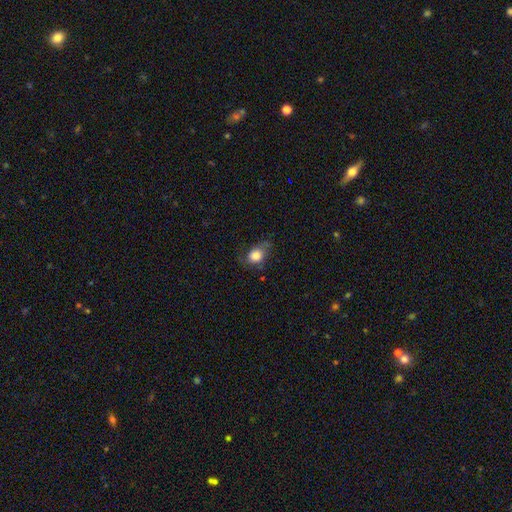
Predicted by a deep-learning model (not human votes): A smooth galaxy with no disk features (80%) that is in between round and cigar-shaped (55%).

Vote fractions:
- Smooth or featured? smooth: 80% / featured or disk: 12% / star or artifact: 9%
- How rounded? in between: 55% / round: 43% / cigar-shaped: 2%
- Merging? none: 53% / minor disturbance: 31% / major disturbance: 14% / merger: 2%